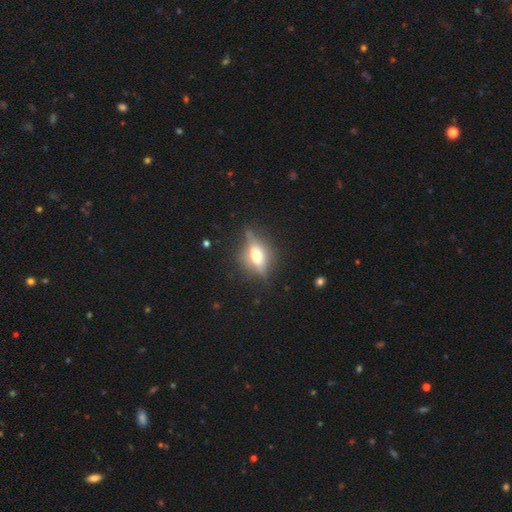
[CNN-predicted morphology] Smooth or featured? featured or disk (55%)
Edge-on disk? yes (81%)
Merging? none (71%)